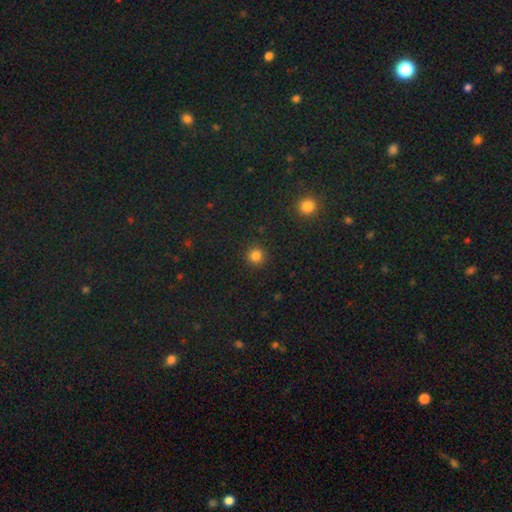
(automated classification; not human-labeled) Q: Smooth or featured?
A: smooth (83%); runner-up: star or artifact (13%)
Q: How rounded?
A: round (94%); runner-up: in between (5%)
Q: Merging?
A: none (91%); runner-up: minor disturbance (6%)